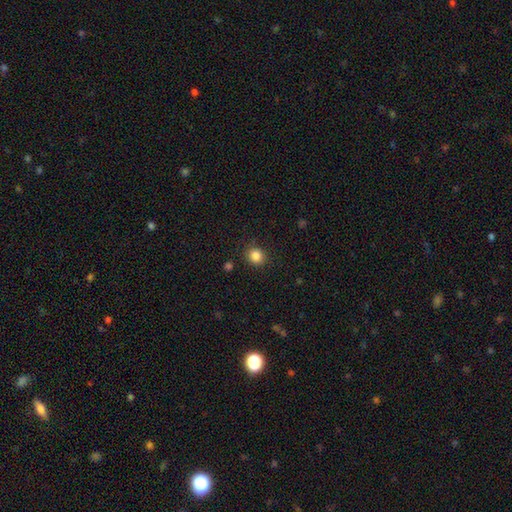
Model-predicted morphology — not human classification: Smooth or featured? Predicted: smooth (p=0.85). How rounded? Predicted: round (p=0.84). Merging? Predicted: none (p=0.88).